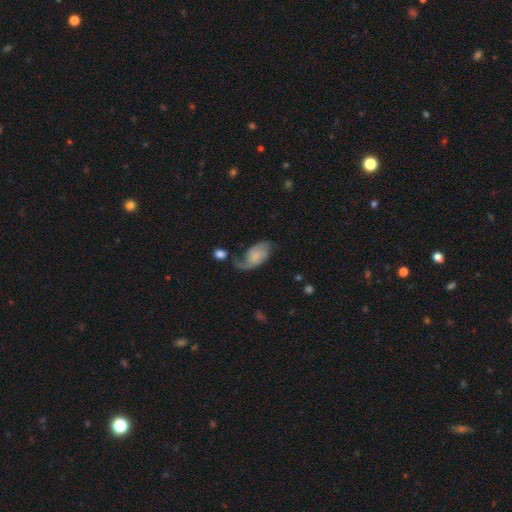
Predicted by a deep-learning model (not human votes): Smooth or featured: featured or disk — 61% (smooth — 32%)
Edge-on disk: no — 96% (yes — 4%)
Bar: no — 69% (weak — 26%)
Spiral arms: yes — 90% (no — 10%)
Spiral winding: loose — 53% (medium — 33%)
Spiral arm count: 2 — 65% (1 — 26%)
Bulge size: small — 47% (none — 29%)
Merging: none — 39% (major disturbance — 26%)